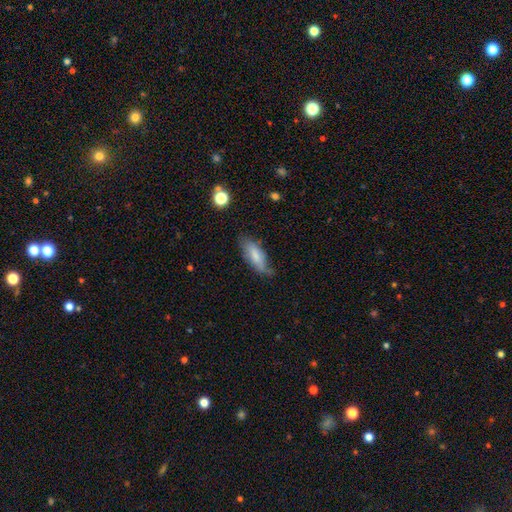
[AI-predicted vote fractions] smooth 74%, featured or disk 19%, star or artifact 7%. Down the decision tree: how rounded — in between (69%); merging — none (58%).